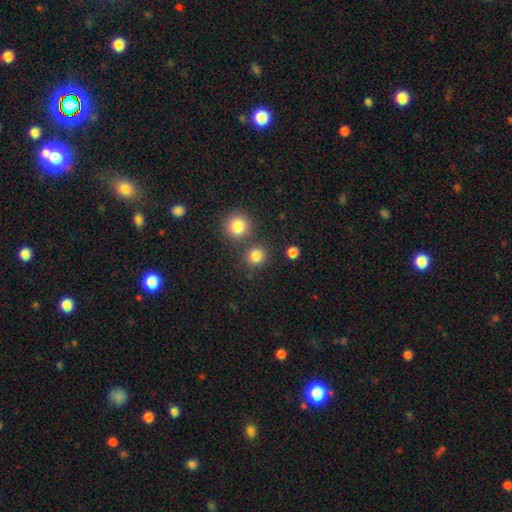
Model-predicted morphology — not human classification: Q: Smooth or featured?
A: smooth (83%); runner-up: star or artifact (12%)
Q: How rounded?
A: round (85%); runner-up: in between (14%)
Q: Merging?
A: none (73%); runner-up: merger (15%)